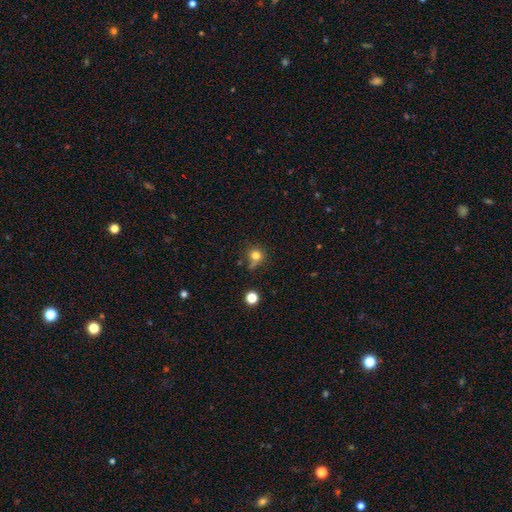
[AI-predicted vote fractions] smooth-or-featured: smooth: 77% | star or artifact: 14% | featured or disk: 9%
  how-rounded: round: 87% | in between: 12% | cigar-shaped: 1%
  merging: none: 58% | minor disturbance: 21% | merger: 11% | major disturbance: 10%